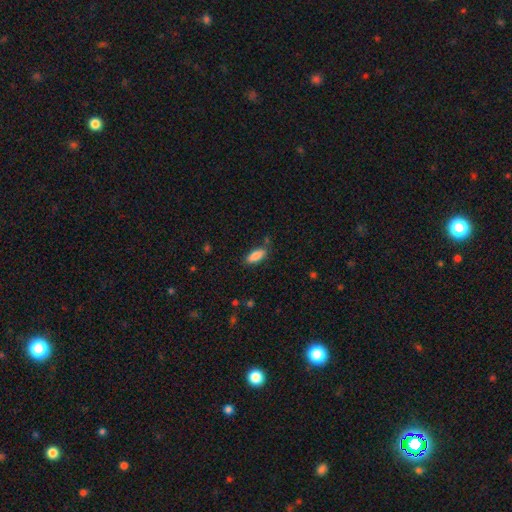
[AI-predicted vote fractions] The model was most divided on "how rounded": in between: 77%, cigar-shaped: 21%, round: 2%. More confident: smooth or featured — smooth (86%); merging — none (78%).